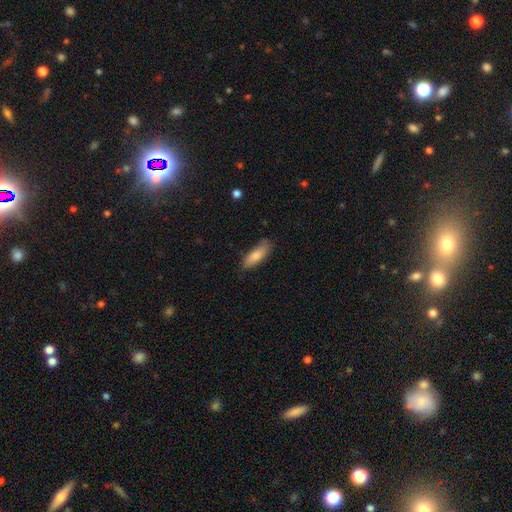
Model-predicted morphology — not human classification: type=smooth (81%); roundness=in between (60%); merging=none (77%).